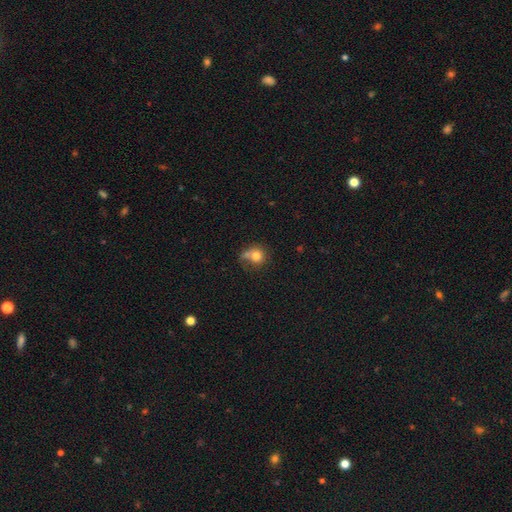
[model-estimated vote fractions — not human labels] This is likely a smooth galaxy (76%). How rounded: clearly round (80%). Merging: marginally none (42%).